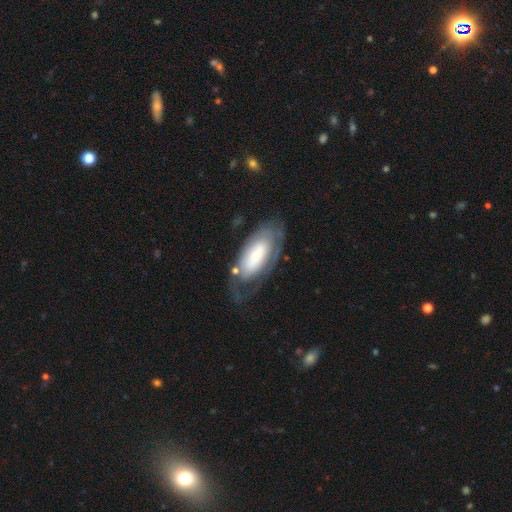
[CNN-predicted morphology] This appears to be a featured or disk galaxy (58%) with no bar (70%), spiral arms (62%) and a small central bulge (48%). Merging: none (54%).